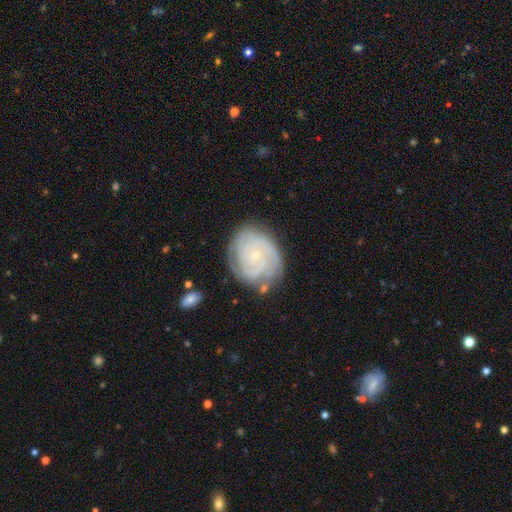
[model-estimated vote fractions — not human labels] Smooth or featured? Predicted: featured or disk (p=0.85). Edge-on disk? Predicted: no (p=0.98). Bar? Predicted: no (p=0.72). Spiral arms? Predicted: yes (p=0.97). Spiral winding? Predicted: tight (p=0.75). Spiral arm count? Predicted: 3 (p=0.29). Bulge size? Predicted: small (p=0.83). Merging? Predicted: none (p=0.73).